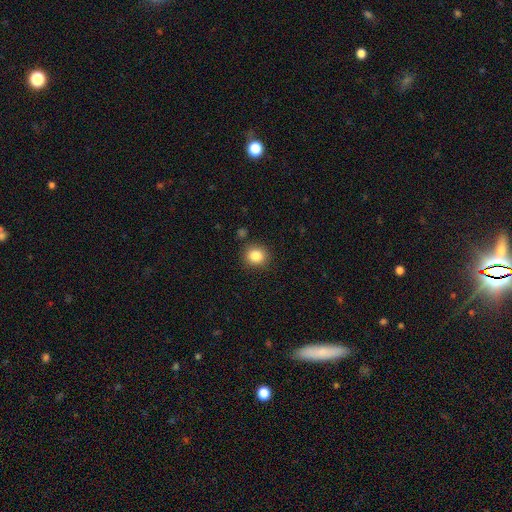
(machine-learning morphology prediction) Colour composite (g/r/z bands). It shows a smooth galaxy with no disk features (85%) that is round (83%). Merging: none (86%).